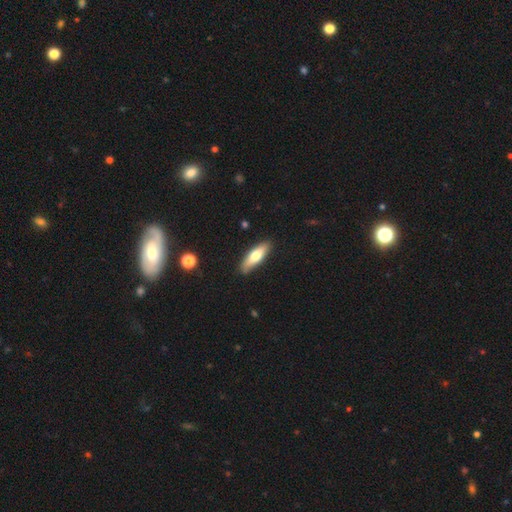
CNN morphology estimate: Smooth or featured: smooth — 67% (featured or disk — 28%)
How rounded: cigar-shaped — 50% (in between — 48%)
Merging: none — 86% (minor disturbance — 11%)